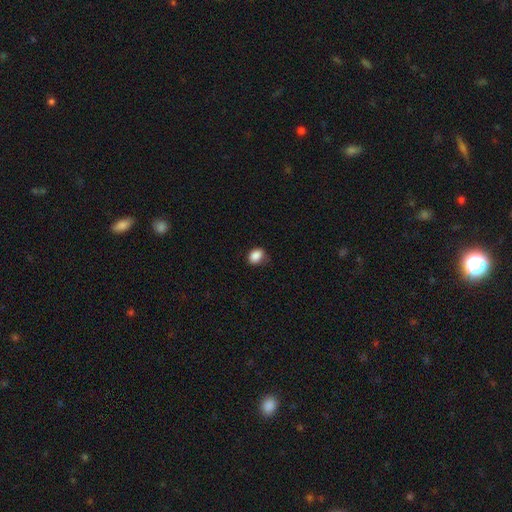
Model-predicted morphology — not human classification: smooth_or_featured: smooth (p=0.87) [alt: star or artifact p=0.09]
how_rounded: in between (p=0.63) [alt: round p=0.36]
merging: none (p=0.69) [alt: minor disturbance p=0.24]